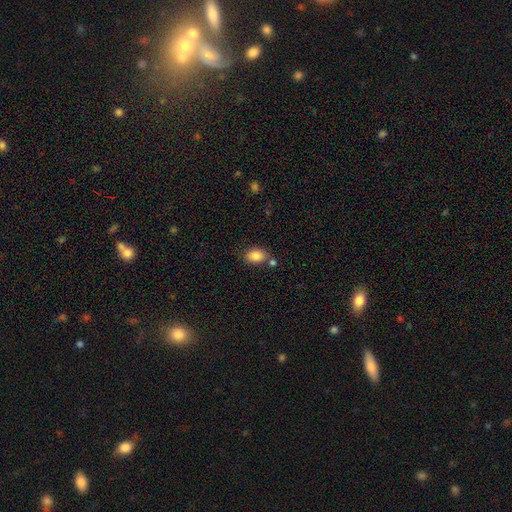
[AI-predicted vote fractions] smooth_or_featured: smooth (p=0.85) [alt: star or artifact p=0.08]
how_rounded: in between (p=0.84) [alt: round p=0.15]
merging: none (p=0.69) [alt: merger p=0.15]